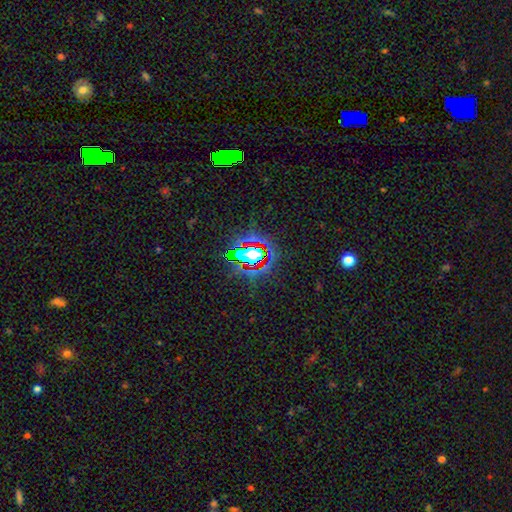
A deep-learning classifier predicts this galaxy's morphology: Smooth or featured? Predicted: star or artifact (p=0.68).